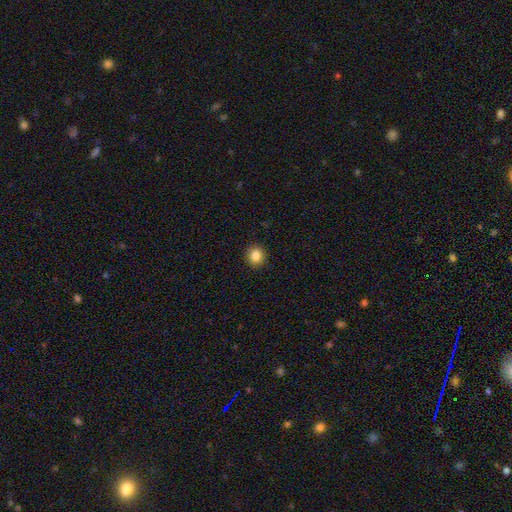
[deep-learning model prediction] smooth-or-featured: smooth: 86% | star or artifact: 10% | featured or disk: 4%
  how-rounded: round: 77% | in between: 22% | cigar-shaped: 1%
  merging: none: 91% | minor disturbance: 6% | major disturbance: 2% | merger: 1%